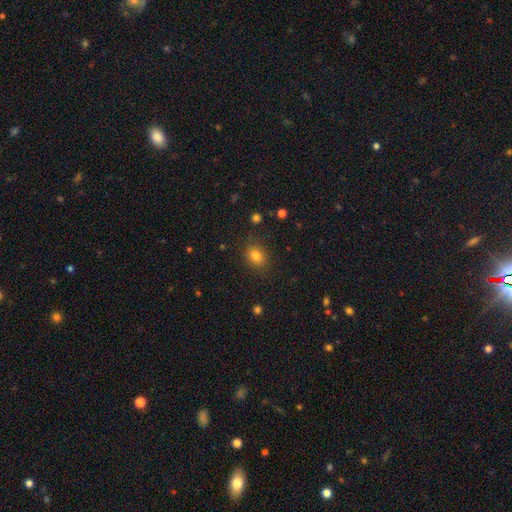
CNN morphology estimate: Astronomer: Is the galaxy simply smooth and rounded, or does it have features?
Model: smooth — 81%.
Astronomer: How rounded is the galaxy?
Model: in between — 54% (runner-up: round, 44%).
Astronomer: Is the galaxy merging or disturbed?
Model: none — 82%.